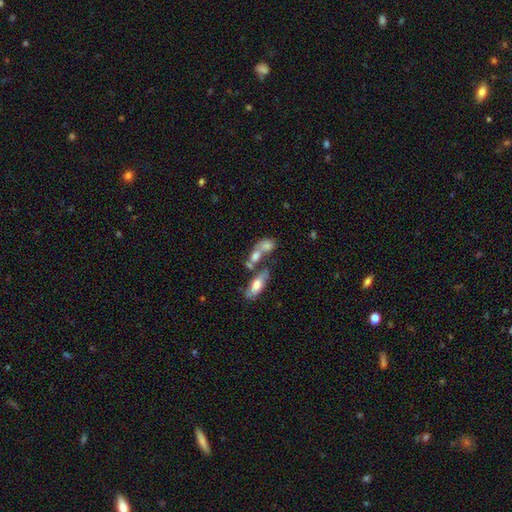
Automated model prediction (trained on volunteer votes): smooth-or-featured: smooth: 49% | featured or disk: 38% | star or artifact: 13%
  merging: merger: 48% | none: 34% | minor disturbance: 11% | major disturbance: 7%